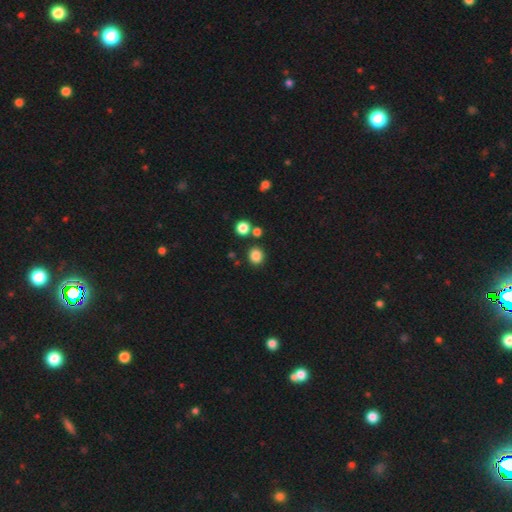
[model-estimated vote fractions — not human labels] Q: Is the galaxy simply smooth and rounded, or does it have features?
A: smooth — 84%.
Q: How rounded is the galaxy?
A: round — 80%.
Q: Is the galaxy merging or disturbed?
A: none — 82%.